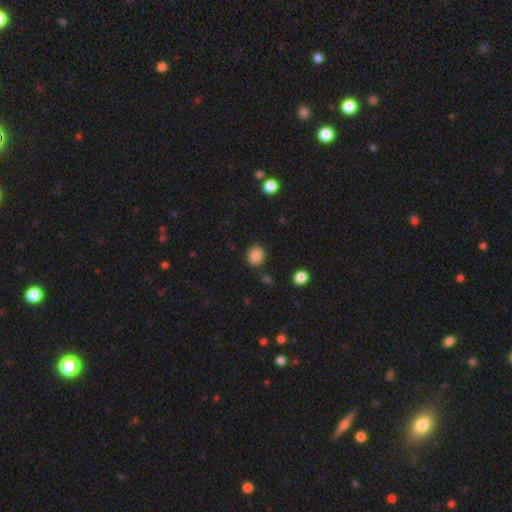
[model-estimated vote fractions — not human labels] Smooth or featured?
  - smooth: 85% *
  - star or artifact: 10%
  - featured or disk: 5%
How rounded?
  - round: 74% *
  - in between: 25%
  - cigar-shaped: 1%
Merging?
  - none: 85% *
  - minor disturbance: 9%
  - merger: 3%
  - major disturbance: 3%